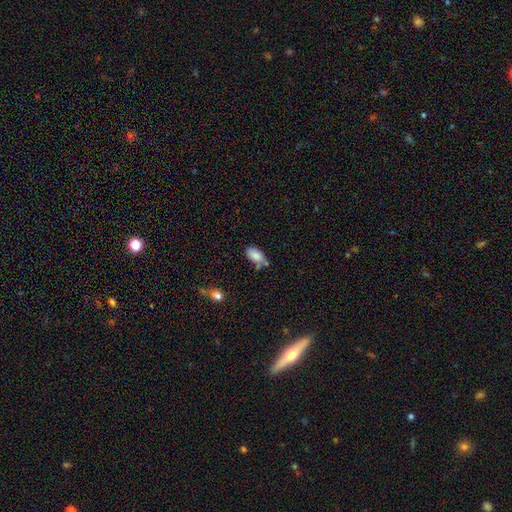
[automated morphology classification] Overall: smooth (83%). How rounded: in between (93%). Merging: none (54%; minor disturbance 28%).